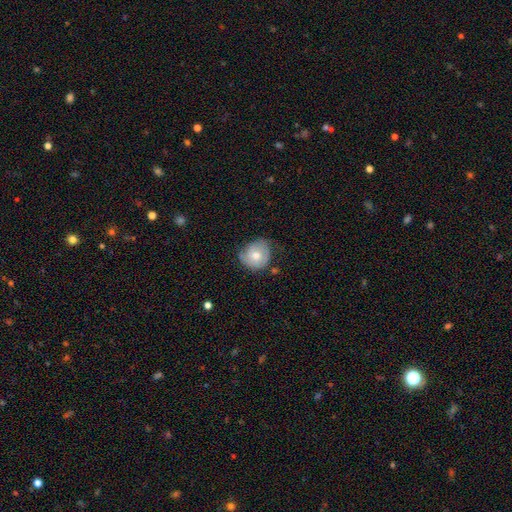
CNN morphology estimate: Smooth or featured? Predicted: smooth (p=0.58). How rounded? Predicted: round (p=0.76). Merging? Predicted: none (p=0.52).